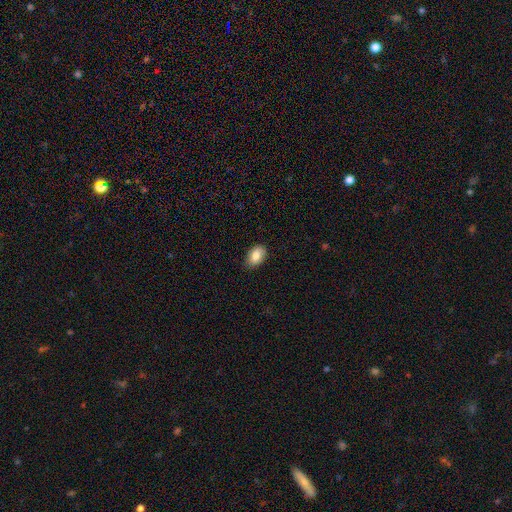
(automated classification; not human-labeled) Morphology: type=smooth (84%); roundness=in between (90%); merging=none (86%).